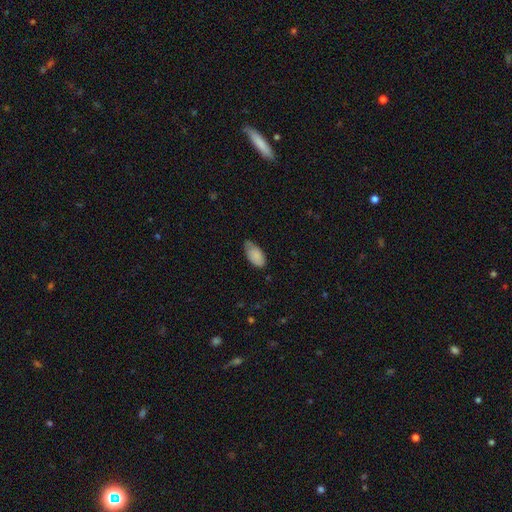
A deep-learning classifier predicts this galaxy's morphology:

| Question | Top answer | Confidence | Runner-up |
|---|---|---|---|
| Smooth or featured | smooth | 86% | featured or disk (8%) |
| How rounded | in between | 94% | cigar-shaped (4%) |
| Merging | none | 52% | minor disturbance (39%) |